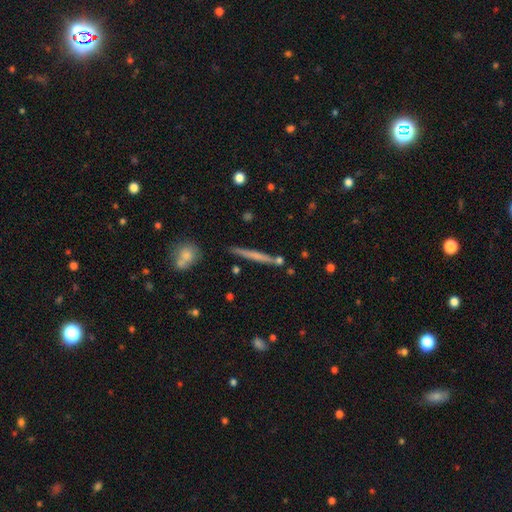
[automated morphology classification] A smooth galaxy with no disk features (50%).

Vote fractions:
- Smooth or featured? smooth: 50% / featured or disk: 44% / star or artifact: 7%
- Merging? none: 84% / minor disturbance: 9% / merger: 5% / major disturbance: 2%